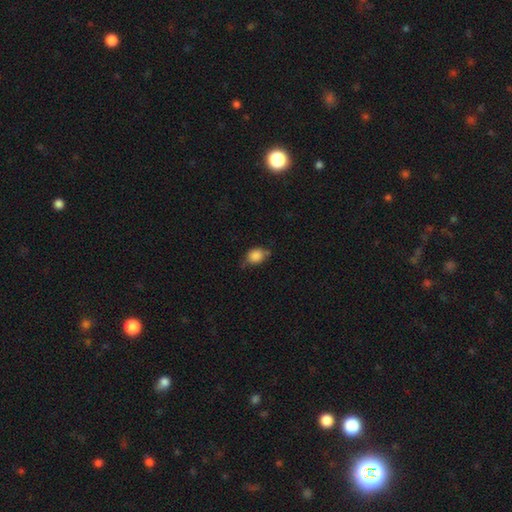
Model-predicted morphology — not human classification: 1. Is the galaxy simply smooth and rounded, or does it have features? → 83% smooth, 9% star or artifact, 8% featured or disk.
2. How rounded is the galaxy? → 60% in between, 38% round, 2% cigar-shaped.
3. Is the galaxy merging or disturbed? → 54% none, 35% minor disturbance, 8% major disturbance, 3% merger.